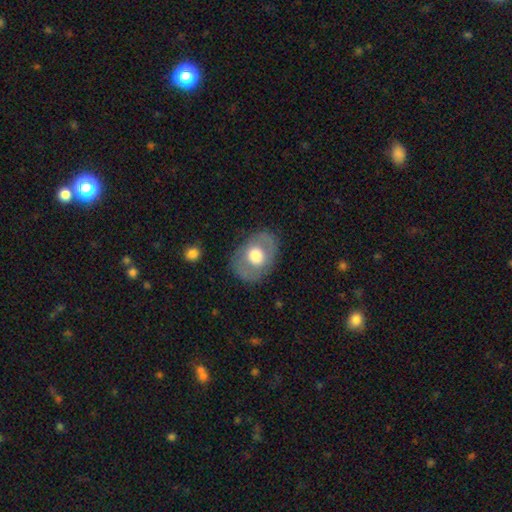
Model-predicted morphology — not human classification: smooth-or-featured: smooth: 51% | featured or disk: 42% | star or artifact: 6%
  how-rounded: in between: 67% | round: 32% | cigar-shaped: 1%
  merging: none: 79% | minor disturbance: 13% | major disturbance: 6% | merger: 1%